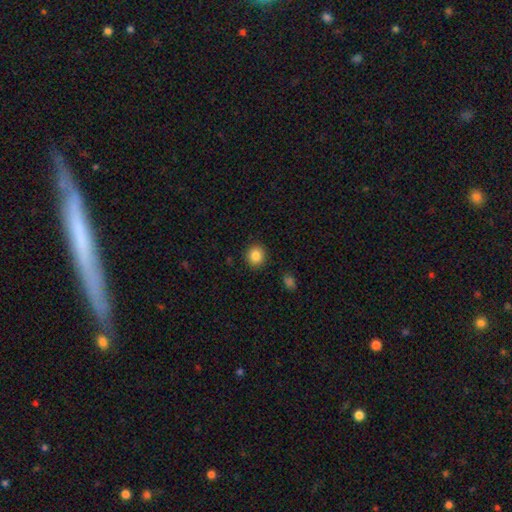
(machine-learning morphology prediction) The model was most divided on "how rounded": round: 86%, in between: 13%, cigar-shaped: 1%. More confident: merging — none (90%); smooth or featured — smooth (85%).